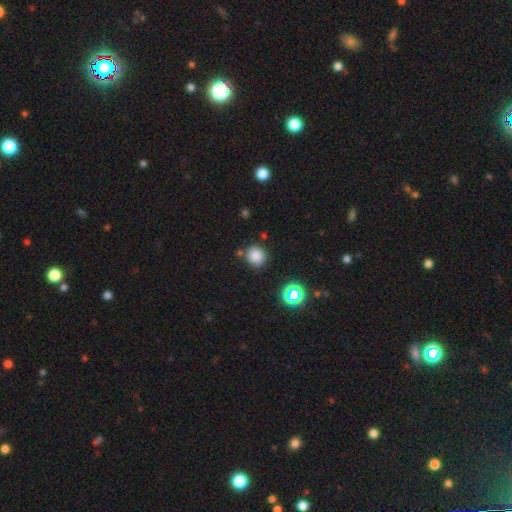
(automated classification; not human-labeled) A smooth galaxy with no disk features (81%) that is round (87%). Merging: none (83%).